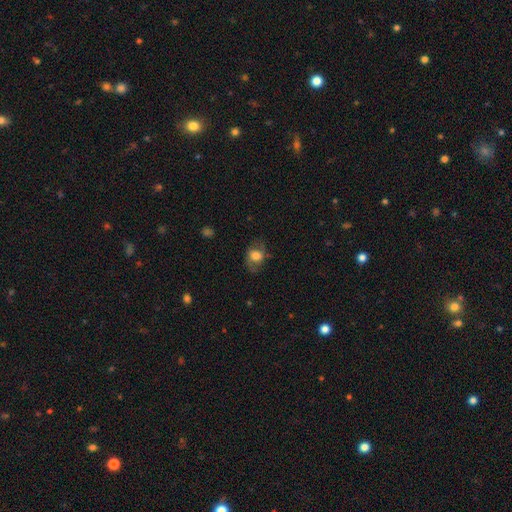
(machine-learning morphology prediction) smooth 65%, featured or disk 26%, star or artifact 9%. Down the decision tree: how rounded — in between (63%); merging — none (63%).